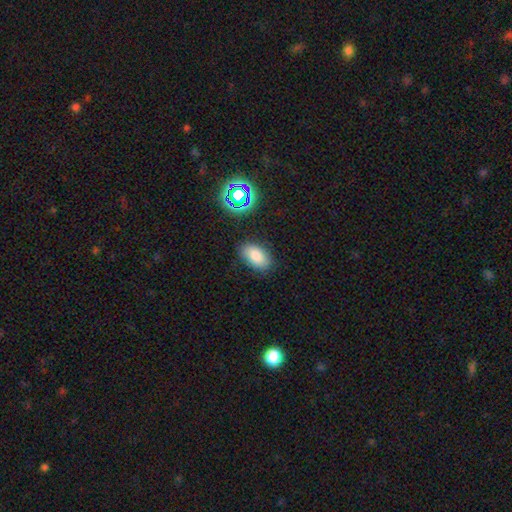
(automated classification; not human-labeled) smooth_or_featured: smooth (p=0.80) [alt: star or artifact p=0.12]
how_rounded: in between (p=0.92) [alt: round p=0.06]
merging: none (p=0.84) [alt: minor disturbance p=0.11]